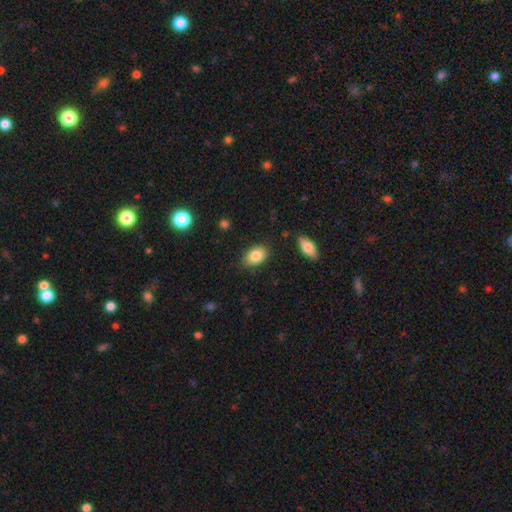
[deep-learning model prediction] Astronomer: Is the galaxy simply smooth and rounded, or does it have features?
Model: smooth — 84%.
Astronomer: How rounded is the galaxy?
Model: in between — 88%.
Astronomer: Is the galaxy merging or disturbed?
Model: none — 85%.